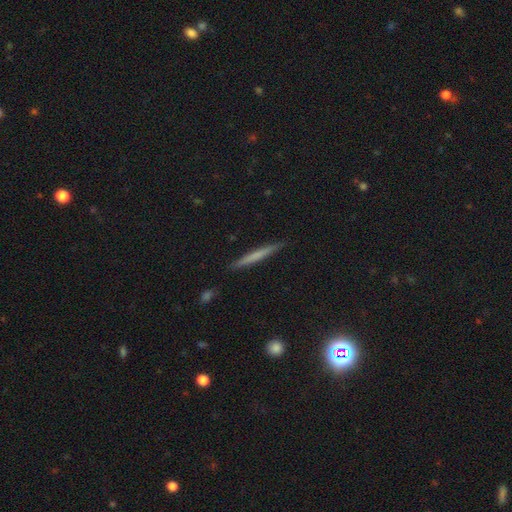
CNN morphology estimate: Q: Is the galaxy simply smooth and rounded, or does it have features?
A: smooth — 59%.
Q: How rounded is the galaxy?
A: cigar-shaped — 96%.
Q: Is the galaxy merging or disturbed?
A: none — 90%.